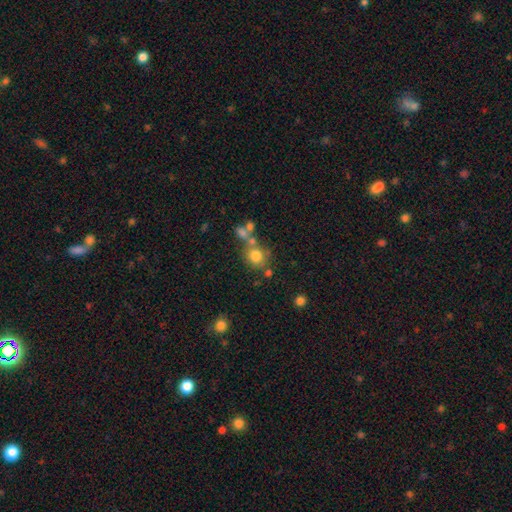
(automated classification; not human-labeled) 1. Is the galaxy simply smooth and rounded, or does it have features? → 74% smooth, 14% star or artifact, 13% featured or disk.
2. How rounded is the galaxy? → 82% round, 17% in between, 1% cigar-shaped.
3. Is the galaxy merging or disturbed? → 58% none, 24% merger, 13% minor disturbance, 6% major disturbance.